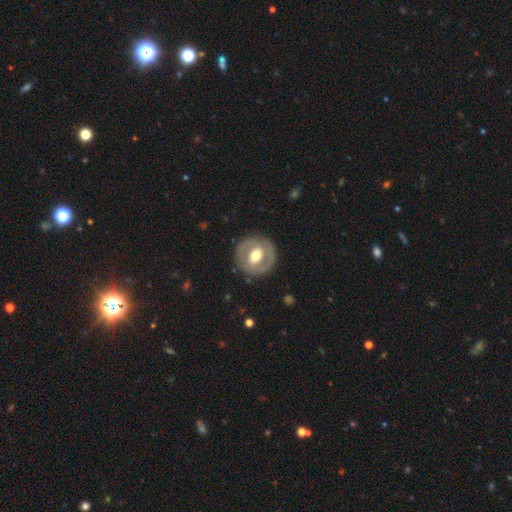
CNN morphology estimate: featured or disk 61%, smooth 34%, star or artifact 5%. Down the decision tree: edge-on disk — no (96%); bar — weak (39%); spiral arms — no (65%); bulge size — moderate (67%); merging — none (85%).